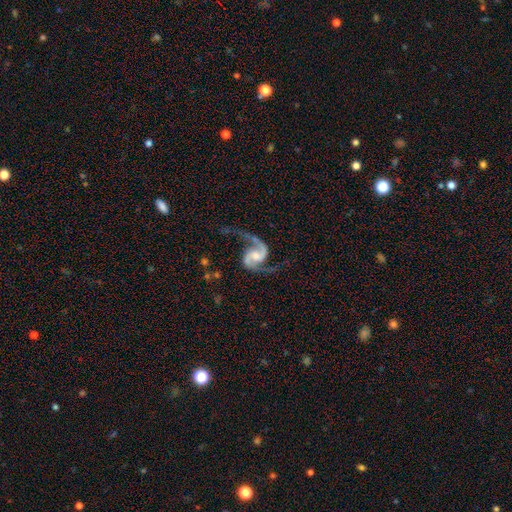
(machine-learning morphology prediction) type=featured or disk (93%); edge-on=no (98%); bar=no (49%); spiral arms=yes (98%); winding=loose (48%); arm count=2 (94%); bulge=moderate (45%); merging=none (69%).